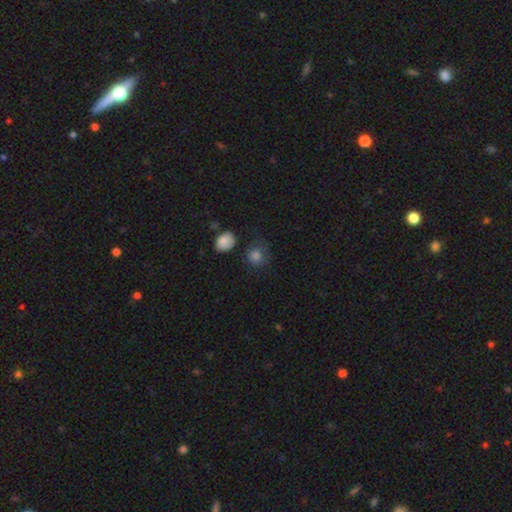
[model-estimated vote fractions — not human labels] smooth_or_featured: smooth (p=0.82) [alt: star or artifact p=0.12]
how_rounded: round (p=0.84) [alt: in between p=0.15]
merging: none (p=0.71) [alt: minor disturbance p=0.18]